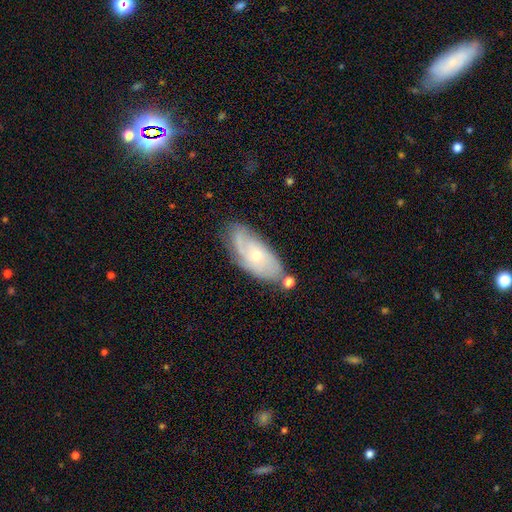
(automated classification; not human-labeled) A featured or disk galaxy (65%) with no bar (77%), spiral arms (84%) and a small central bulge (60%). Merging: none (64%).